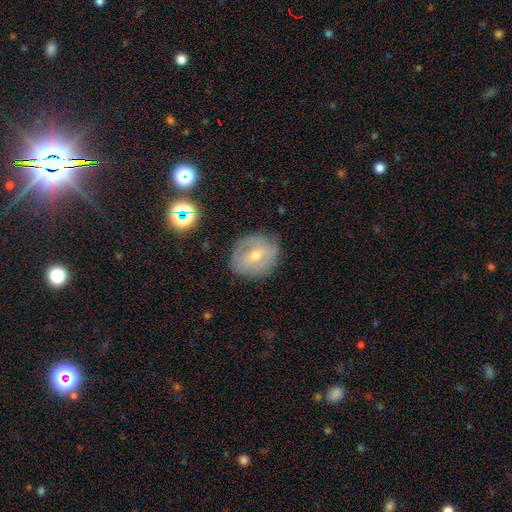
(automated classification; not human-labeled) The model was most divided on "bar": no: 42%, weak: 41%, strong: 17%. Remaining: edge-on disk — no (95%); merging — none (75%); spiral arms — yes (69%); smooth or featured — featured or disk (57%); bulge size — small (50%).